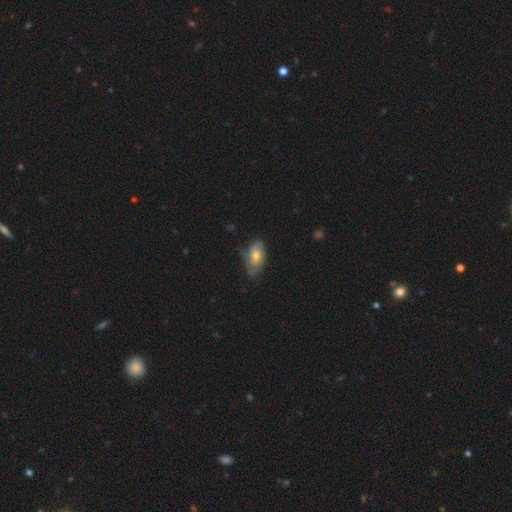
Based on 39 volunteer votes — This is likely a smooth galaxy (72%). How rounded: clearly in between (96%). Merging: possibly none (58%).